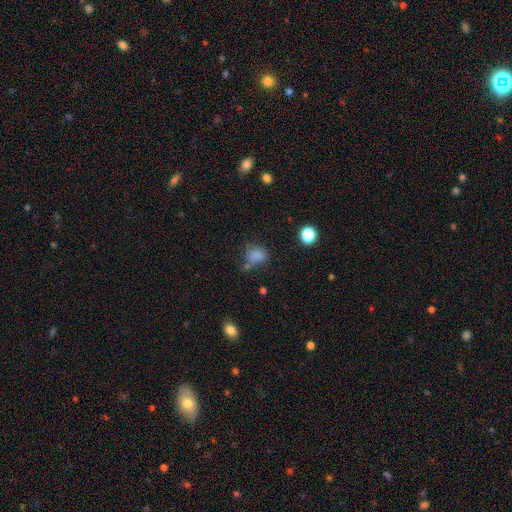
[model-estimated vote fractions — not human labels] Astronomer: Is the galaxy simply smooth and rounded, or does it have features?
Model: smooth — 76%.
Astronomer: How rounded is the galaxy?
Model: in between — 59% (runner-up: round, 39%).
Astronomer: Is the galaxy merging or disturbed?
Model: none — 49% (runner-up: minor disturbance, 26%).